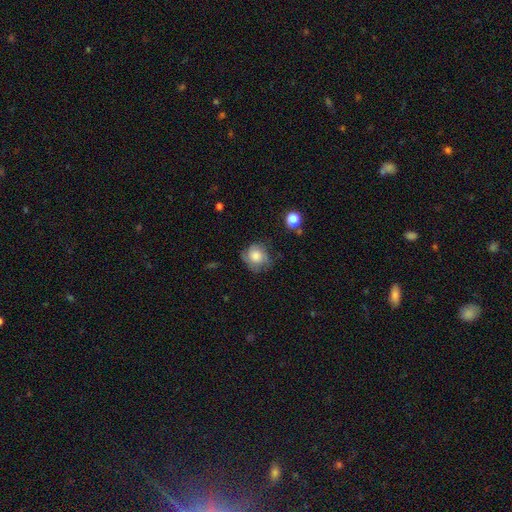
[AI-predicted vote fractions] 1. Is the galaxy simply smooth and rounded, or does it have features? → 61% smooth, 30% featured or disk, 9% star or artifact.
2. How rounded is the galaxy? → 79% round, 20% in between, 1% cigar-shaped.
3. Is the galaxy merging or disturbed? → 61% none, 26% minor disturbance, 11% major disturbance, 2% merger.